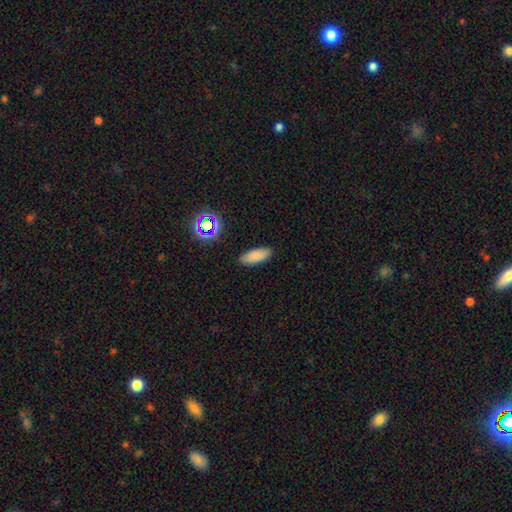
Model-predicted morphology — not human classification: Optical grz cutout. It shows a smooth galaxy with no disk features (81%) that is in between round and cigar-shaped (78%). Merging: none (87%).